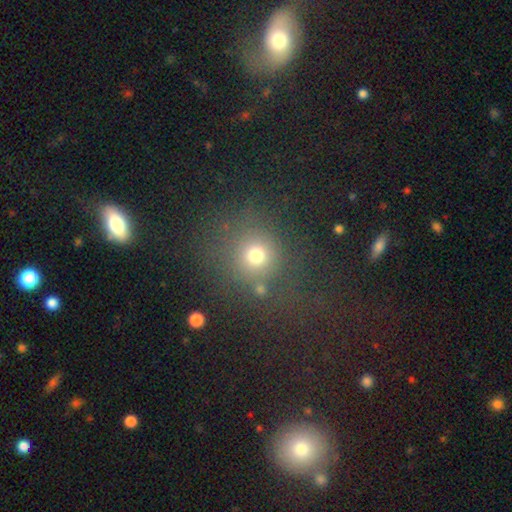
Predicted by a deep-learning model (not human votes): The model was most divided on "smooth or featured": smooth: 71%, star or artifact: 20%, featured or disk: 9%. More confident: how rounded — round (87%); merging — none (73%).